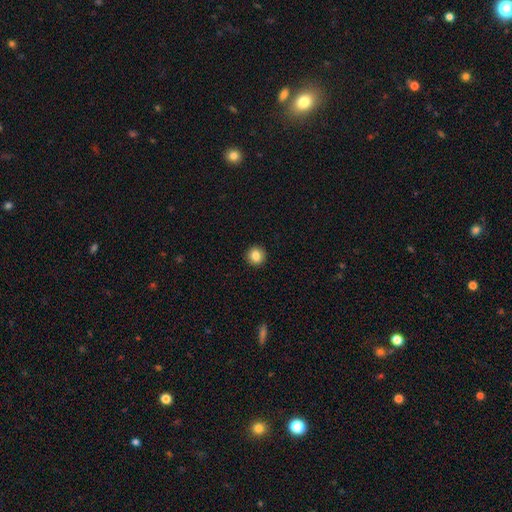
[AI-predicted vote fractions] Smooth or featured? smooth (85%)
How rounded? round (93%)
Merging? none (93%)